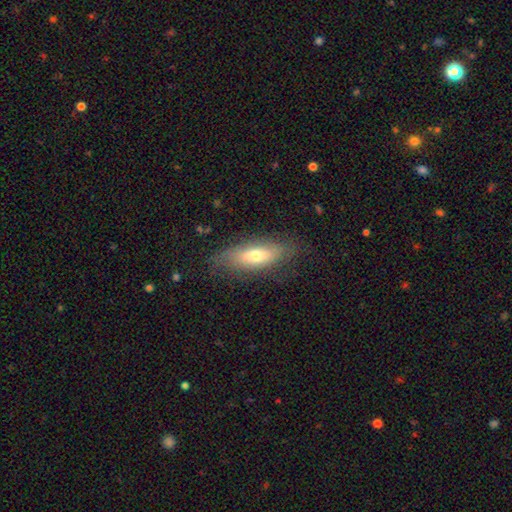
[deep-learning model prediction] Smooth or featured? smooth (63%)
How rounded? in between (63%)
Merging? none (77%)